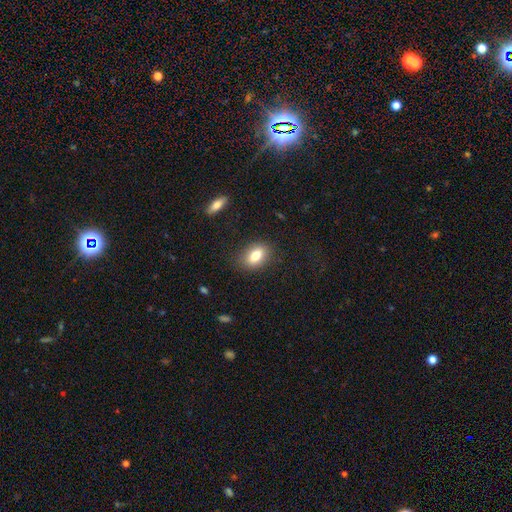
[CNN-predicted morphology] This appears to be a smooth galaxy with no disk features (78%) that is in between round and cigar-shaped (80%). Merging: none (84%).